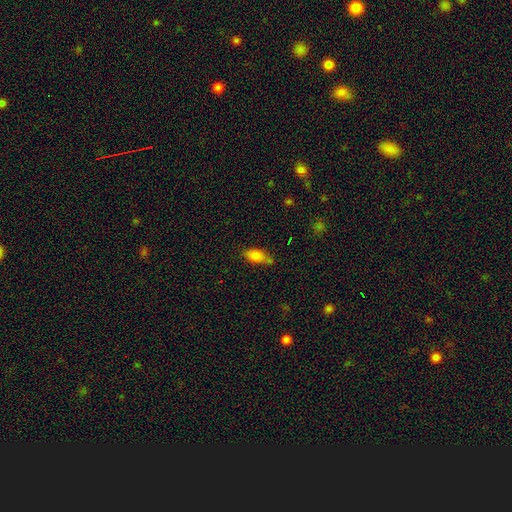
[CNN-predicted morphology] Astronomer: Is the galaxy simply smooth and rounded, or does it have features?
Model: smooth — 79%.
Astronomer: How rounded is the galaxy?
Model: in between — 84%.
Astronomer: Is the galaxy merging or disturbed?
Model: none — 62%.